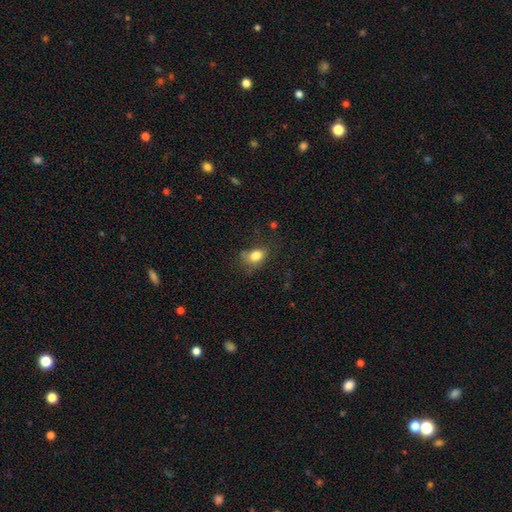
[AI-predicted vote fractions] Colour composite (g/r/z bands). It shows a smooth galaxy with no disk features (81%) that is in between round and cigar-shaped (68%). Merging: none (62%).